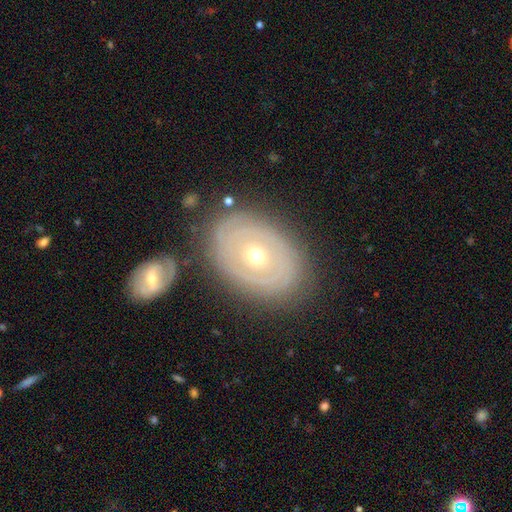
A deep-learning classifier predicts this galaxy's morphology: This appears to be a featured or disk galaxy (72%) with no bar (85%), spiral arms (58%) and a moderate central bulge (57%). Merging: none (77%).